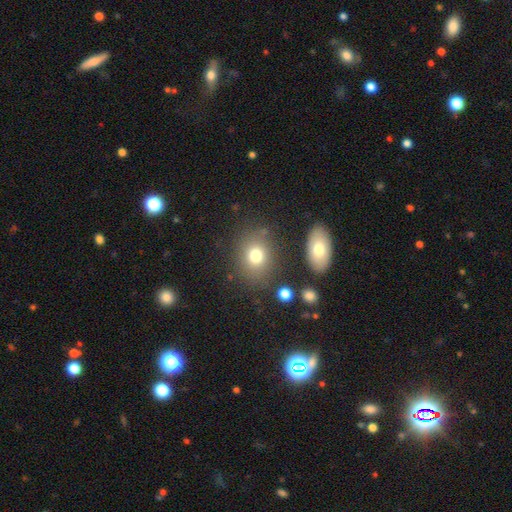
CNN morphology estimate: Smooth or featured? Predicted: smooth (p=0.76). How rounded? Predicted: round (p=0.53). Merging? Predicted: none (p=0.76).